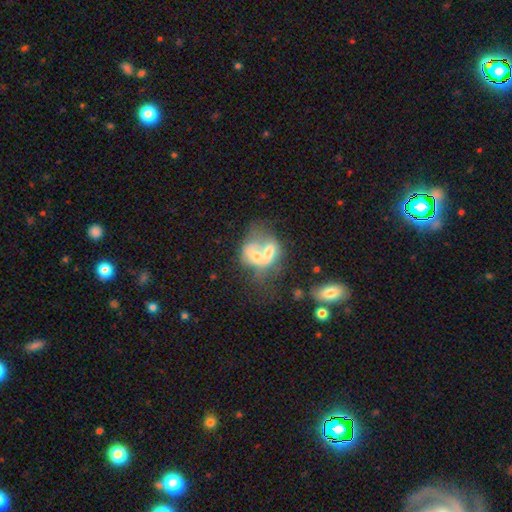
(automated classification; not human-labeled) A smooth galaxy with no disk features (47%).

Vote fractions:
- Smooth or featured? smooth: 47% / featured or disk: 44% / star or artifact: 10%
- Merging? merger: 72% / major disturbance: 12% / none: 10% / minor disturbance: 6%